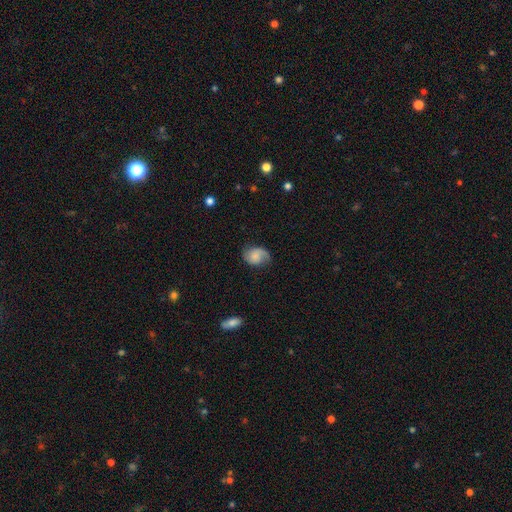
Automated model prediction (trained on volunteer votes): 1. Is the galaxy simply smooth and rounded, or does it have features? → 53% featured or disk, 39% smooth, 8% star or artifact.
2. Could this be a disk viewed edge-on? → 97% no, 3% yes.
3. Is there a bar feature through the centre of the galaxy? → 68% no, 28% weak, 4% strong.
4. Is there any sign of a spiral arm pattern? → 92% yes, 8% no.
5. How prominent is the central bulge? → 41% small, 27% moderate, 24% none, 6% large, 2% dominant.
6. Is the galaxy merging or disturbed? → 65% none, 24% minor disturbance, 9% major disturbance, 1% merger.